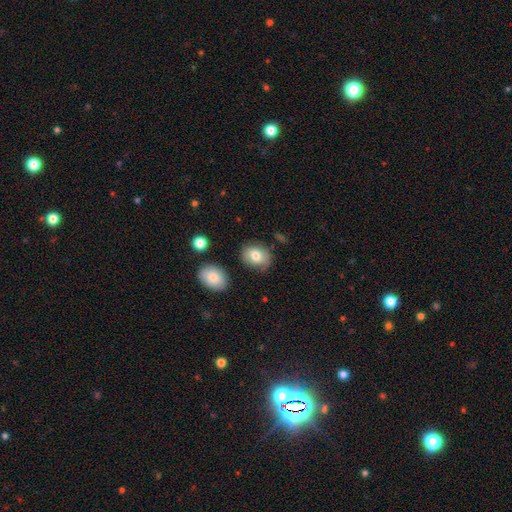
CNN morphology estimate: Overall: smooth (77%). How rounded: in between (57%; round 42%). Merging: none (76%).